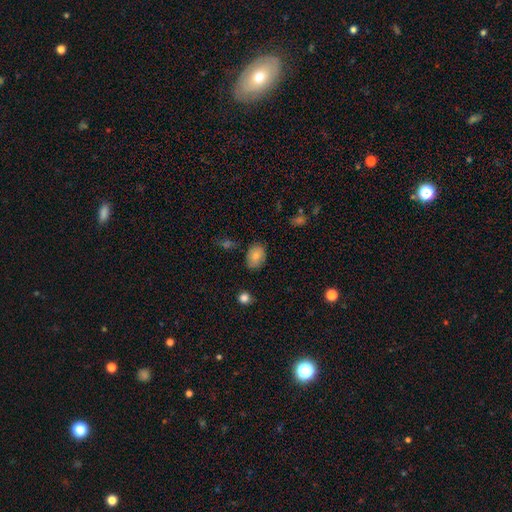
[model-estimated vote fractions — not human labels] Morphology: type=smooth (81%); roundness=in between (77%); merging=none (78%).